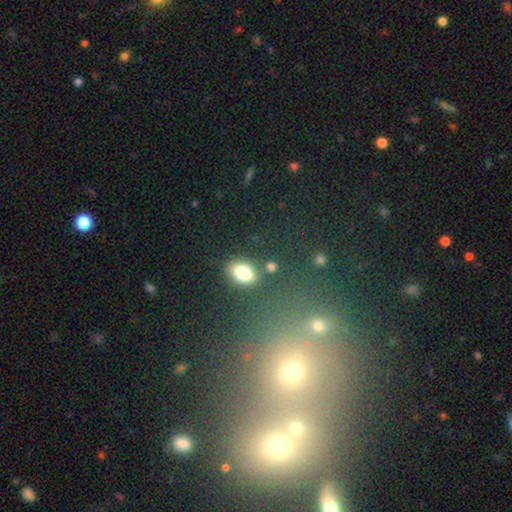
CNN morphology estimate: A star or artifact, not a galaxy (47%).

Vote fractions:
- Smooth or featured? star or artifact: 47% / smooth: 40% / featured or disk: 13%